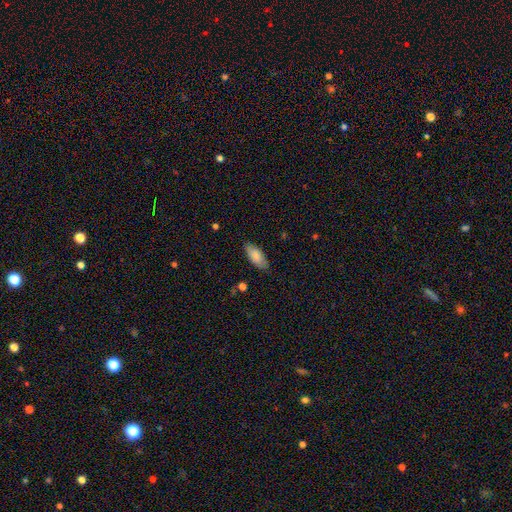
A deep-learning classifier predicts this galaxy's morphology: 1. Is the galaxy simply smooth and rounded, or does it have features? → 81% smooth, 13% featured or disk, 6% star or artifact.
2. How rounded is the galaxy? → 88% in between, 10% cigar-shaped, 2% round.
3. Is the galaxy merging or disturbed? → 80% none, 16% minor disturbance, 3% major disturbance, 1% merger.